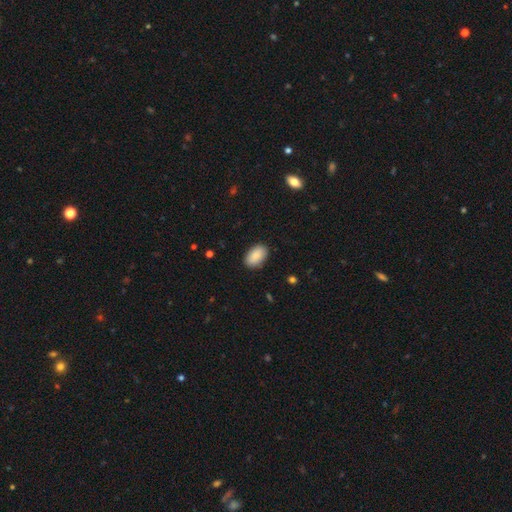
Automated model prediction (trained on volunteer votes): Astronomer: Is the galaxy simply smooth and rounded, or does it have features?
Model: smooth — 89%.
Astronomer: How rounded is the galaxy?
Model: in between — 93%.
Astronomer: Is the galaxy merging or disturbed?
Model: none — 88%.